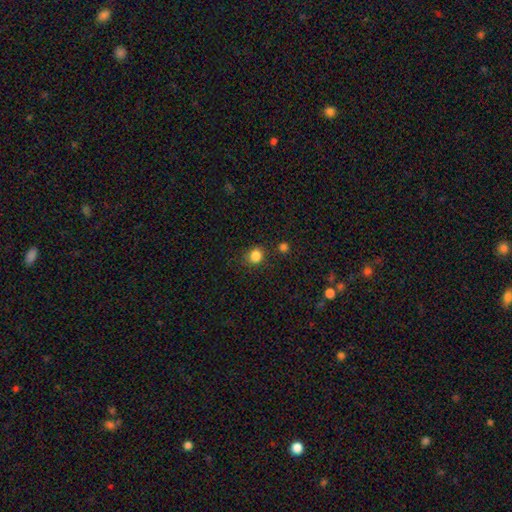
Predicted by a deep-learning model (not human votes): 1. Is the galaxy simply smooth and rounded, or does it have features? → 84% smooth, 12% star or artifact, 4% featured or disk.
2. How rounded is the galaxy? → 75% round, 24% in between, 1% cigar-shaped.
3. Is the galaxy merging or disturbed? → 79% none, 13% minor disturbance, 4% merger, 4% major disturbance.